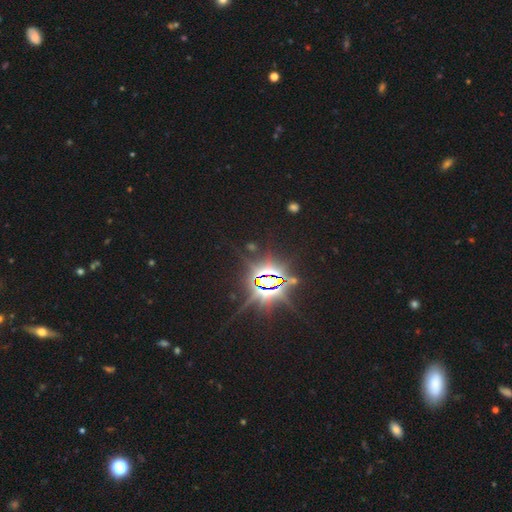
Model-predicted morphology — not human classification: A star or artifact, not a galaxy (86%).